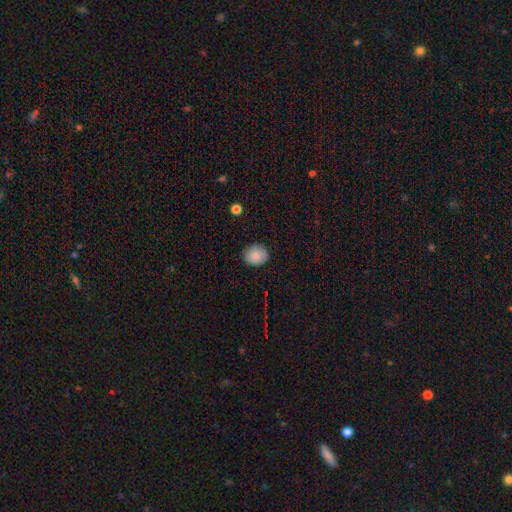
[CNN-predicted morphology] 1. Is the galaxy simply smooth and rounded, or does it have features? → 83% smooth, 9% featured or disk, 8% star or artifact.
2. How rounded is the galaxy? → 65% round, 34% in between, 1% cigar-shaped.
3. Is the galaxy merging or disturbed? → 86% none, 11% minor disturbance, 2% major disturbance, 1% merger.